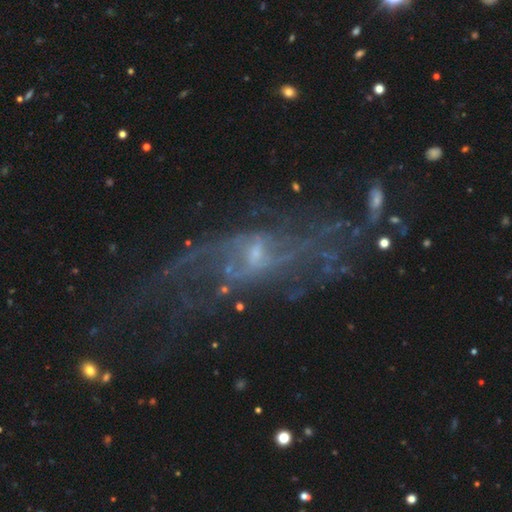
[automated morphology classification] smooth-or-featured: featured or disk: 76% | star or artifact: 13% | smooth: 11%
  disk-edge-on: no: 84% | yes: 16%
    bar: no: 48% | weak: 41% | strong: 11%
    has-spiral-arms: yes: 71% | no: 29%
    bulge-size: small: 66% | moderate: 23% | none: 8% | large: 2% | dominant: 1%
  merging: none: 50% | major disturbance: 27% | minor disturbance: 18% | merger: 5%